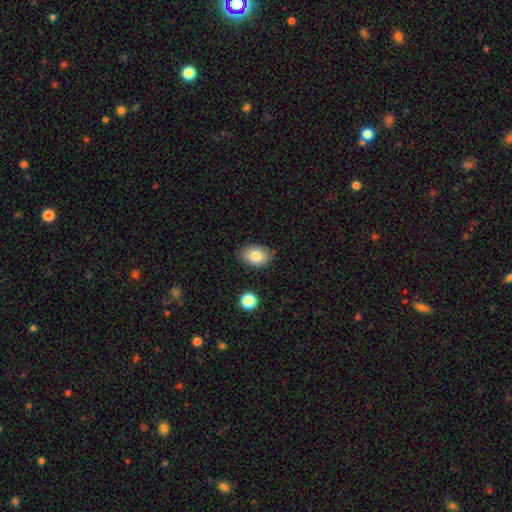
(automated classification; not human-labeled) smooth-or-featured: smooth: 82% | featured or disk: 10% | star or artifact: 8%
  how-rounded: in between: 82% | round: 17% | cigar-shaped: 1%
  merging: none: 84% | minor disturbance: 11% | major disturbance: 2% | merger: 2%